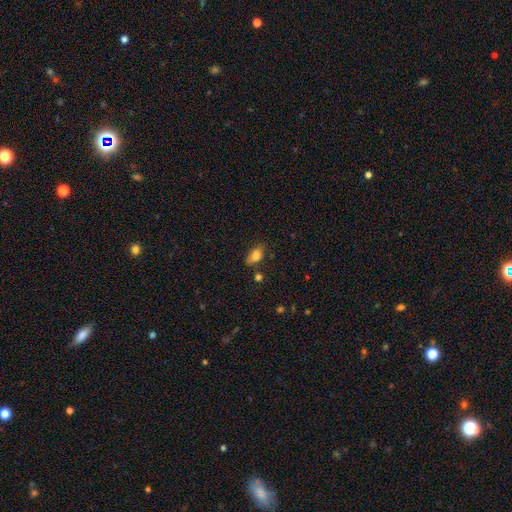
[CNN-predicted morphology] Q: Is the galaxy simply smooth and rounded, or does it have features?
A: smooth — 77%.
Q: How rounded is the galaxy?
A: in between — 83%.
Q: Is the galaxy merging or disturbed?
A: none — 65%.